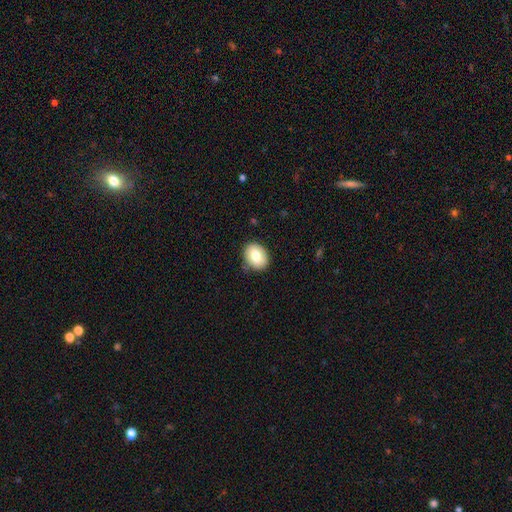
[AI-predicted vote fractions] Morphology: type=smooth (77%); roundness=in between (56%); merging=none (83%).